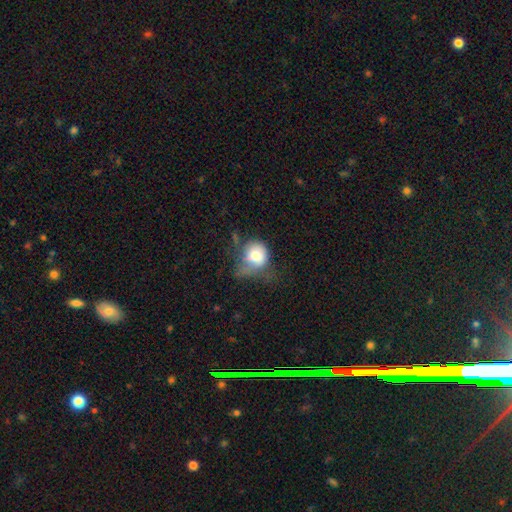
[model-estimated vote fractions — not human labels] The model was most divided on "merging": major disturbance: 34%, minor disturbance: 33%, none: 26%, merger: 7%. More confident: smooth or featured — smooth (72%); how rounded — round (70%).